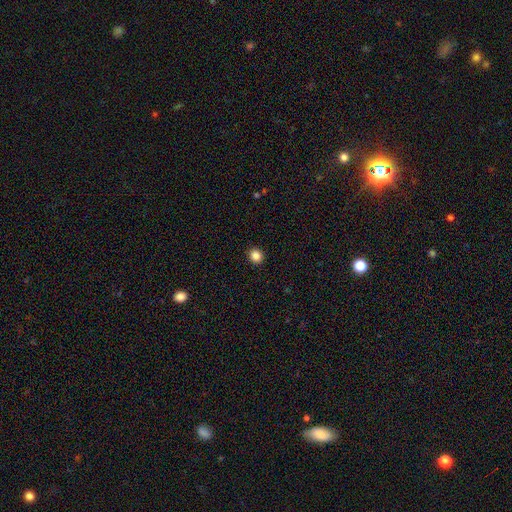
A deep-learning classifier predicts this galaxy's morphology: smooth 85%, star or artifact 11%, featured or disk 4%. Down the decision tree: how rounded — round (83%); merging — none (93%).